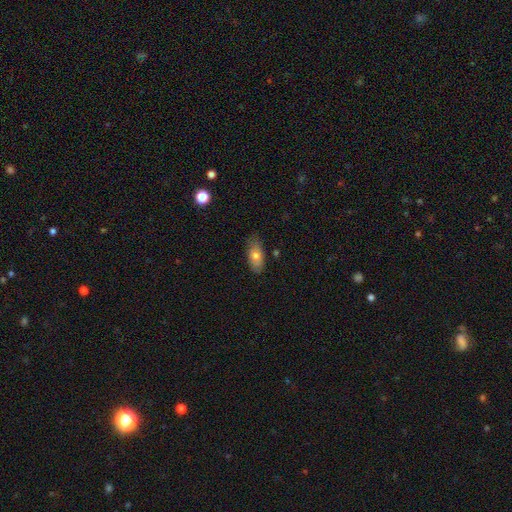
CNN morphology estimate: smooth-or-featured: smooth: 73% | featured or disk: 20% | star or artifact: 7%
  how-rounded: in between: 86% | cigar-shaped: 10% | round: 4%
  merging: none: 78% | minor disturbance: 17% | major disturbance: 3% | merger: 2%